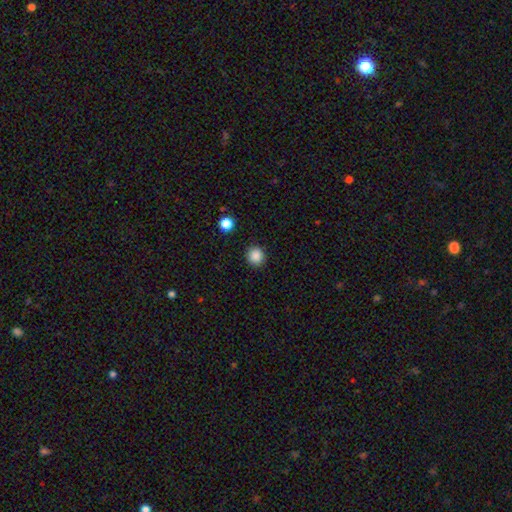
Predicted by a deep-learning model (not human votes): This is clearly a smooth galaxy (87%). How rounded: clearly round (92%). Merging: clearly none (91%).